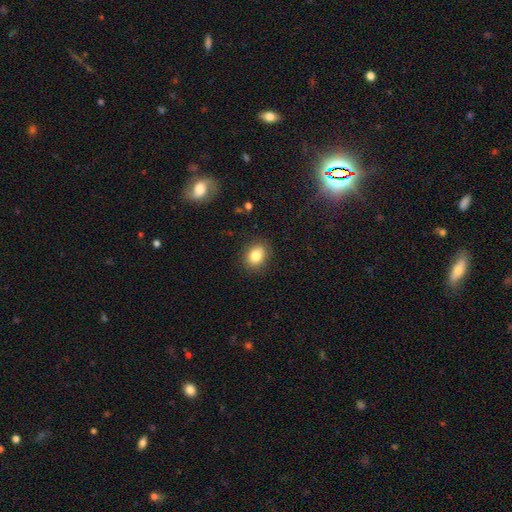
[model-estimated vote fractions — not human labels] Smooth or featured? Predicted: smooth (p=0.82). How rounded? Predicted: in between (p=0.56). Merging? Predicted: none (p=0.86).